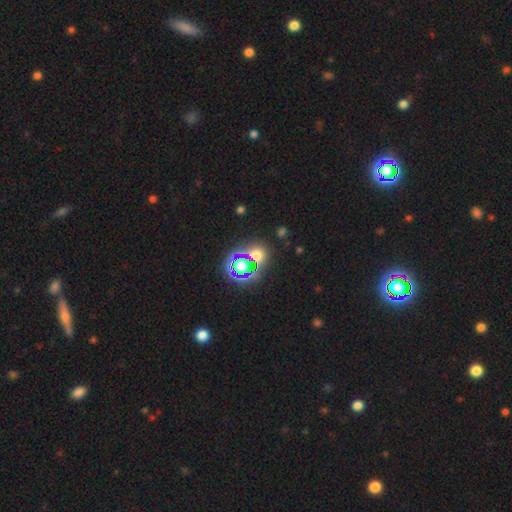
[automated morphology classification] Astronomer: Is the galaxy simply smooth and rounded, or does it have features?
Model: star or artifact — 55% (runner-up: smooth, 35%).